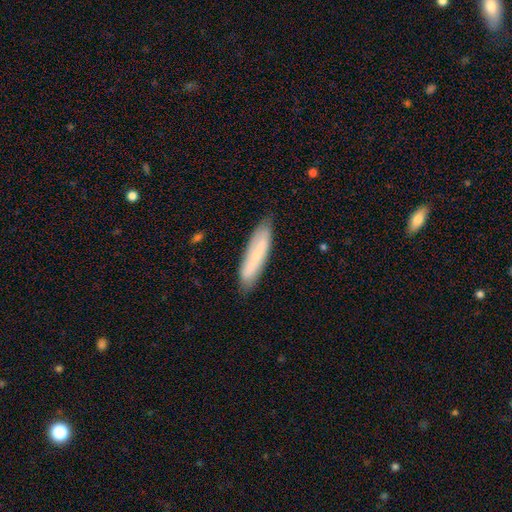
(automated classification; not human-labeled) A smooth galaxy with no disk features (63%) that is cigar-shaped (74%). Merging: none (81%).